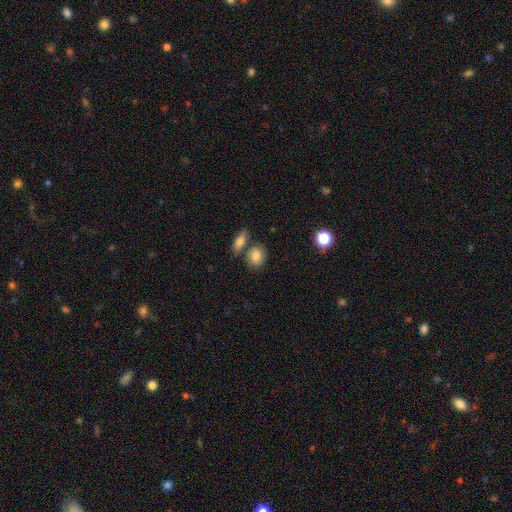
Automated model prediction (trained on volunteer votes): Smooth or featured: smooth — 82% (featured or disk — 9%)
How rounded: in between — 57% (round — 41%)
Merging: none — 63% (merger — 22%)